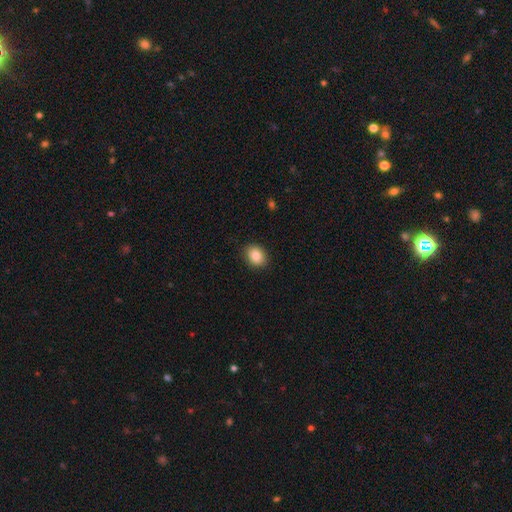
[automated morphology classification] Smooth or featured? Predicted: smooth (p=0.85). How rounded? Predicted: in between (p=0.52). Merging? Predicted: none (p=0.89).